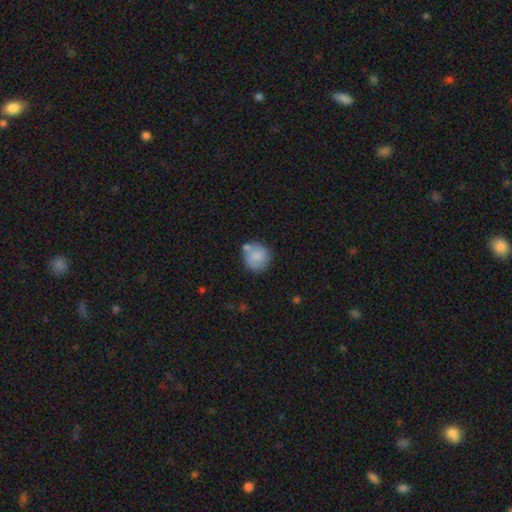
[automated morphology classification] smooth-or-featured: smooth: 82% | featured or disk: 11% | star or artifact: 7%
  how-rounded: round: 90% | in between: 9% | cigar-shaped: 1%
  merging: none: 64% | minor disturbance: 16% | merger: 16% | major disturbance: 5%